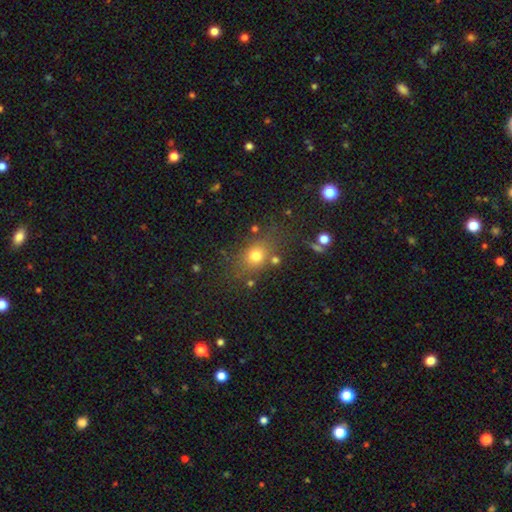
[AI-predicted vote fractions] smooth_or_featured: smooth (p=0.74) [alt: star or artifact p=0.16]
how_rounded: round (p=0.56) [alt: in between p=0.42]
merging: none (p=0.73) [alt: minor disturbance p=0.14]